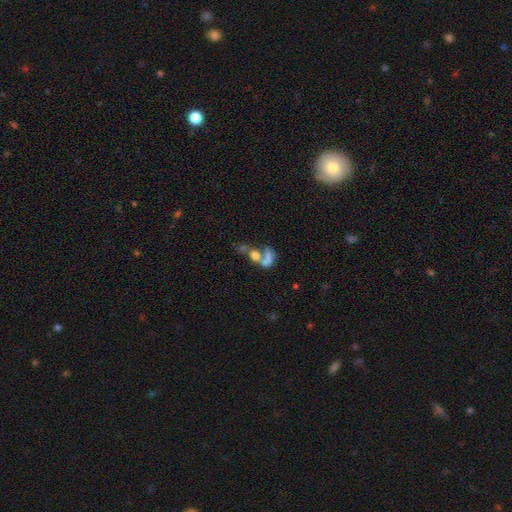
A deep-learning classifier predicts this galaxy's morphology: A smooth galaxy with no disk features (55%) that is in between round and cigar-shaped (63%). Merging: merger (63%).